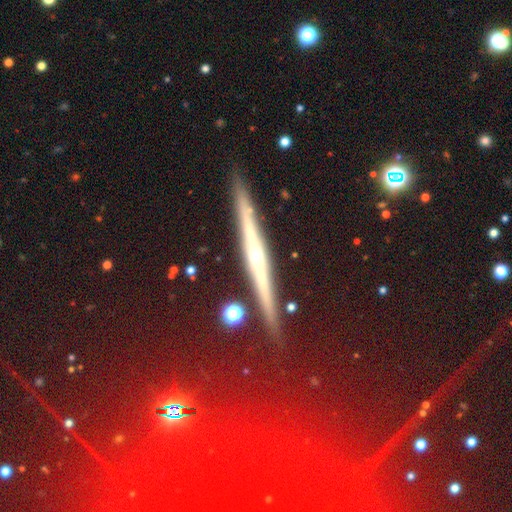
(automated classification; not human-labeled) Smooth or featured?
  - featured or disk: 72% *
  - star or artifact: 14%
  - smooth: 14%
Edge-on disk?
  - yes: 96% *
  - no: 4%
Edge-on bulge?
  - rounded: 63% *
  - none: 30%
  - boxy: 7%
Merging?
  - none: 88% *
  - minor disturbance: 8%
  - major disturbance: 2%
  - merger: 2%